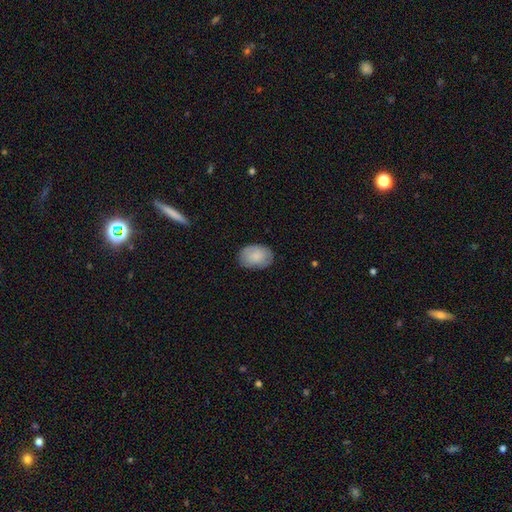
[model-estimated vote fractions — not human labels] smooth_or_featured: smooth (p=0.83) [alt: featured or disk p=0.11]
how_rounded: in between (p=0.79) [alt: round p=0.20]
merging: none (p=0.82) [alt: minor disturbance p=0.14]